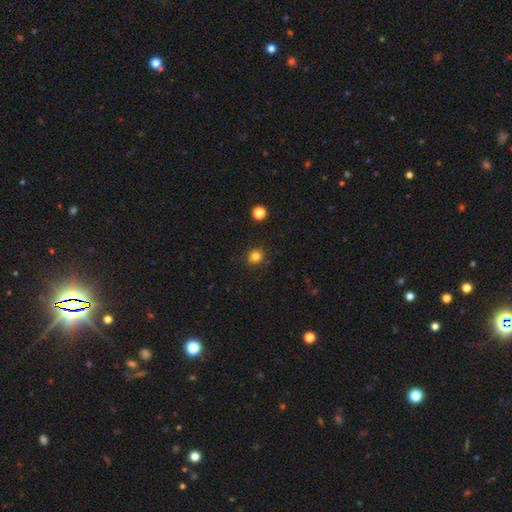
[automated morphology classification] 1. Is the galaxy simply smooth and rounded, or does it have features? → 81% smooth, 14% star or artifact, 5% featured or disk.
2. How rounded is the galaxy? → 83% round, 16% in between, 1% cigar-shaped.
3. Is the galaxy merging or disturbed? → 85% none, 10% minor disturbance, 3% major disturbance, 2% merger.